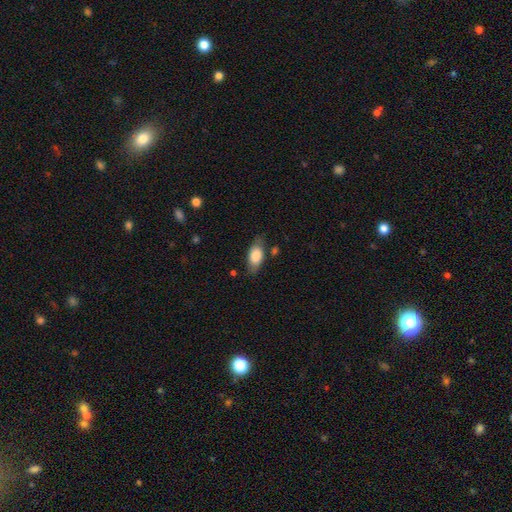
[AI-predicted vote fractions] Overall: smooth (79%). How rounded: in between (87%). Merging: none (71%).